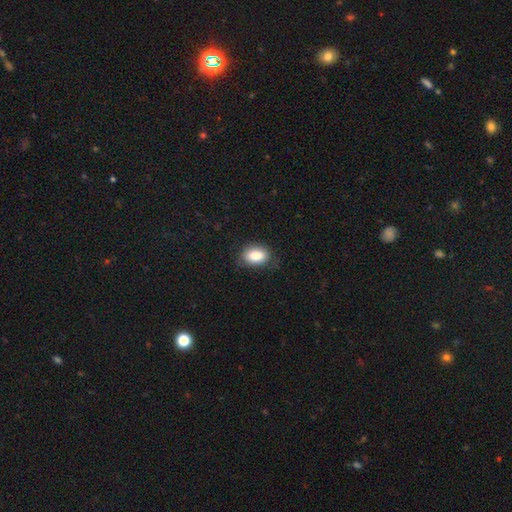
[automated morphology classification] smooth 85%, star or artifact 8%, featured or disk 7%. Down the decision tree: how rounded — in between (86%); merging — none (75%).